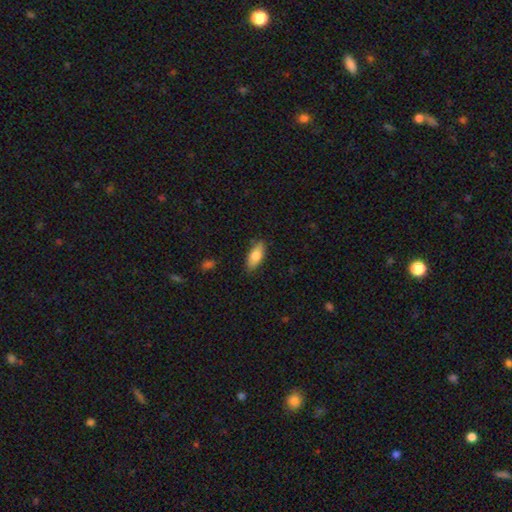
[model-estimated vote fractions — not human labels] Overall: smooth (78%). How rounded: in between (83%). Merging: none (82%).